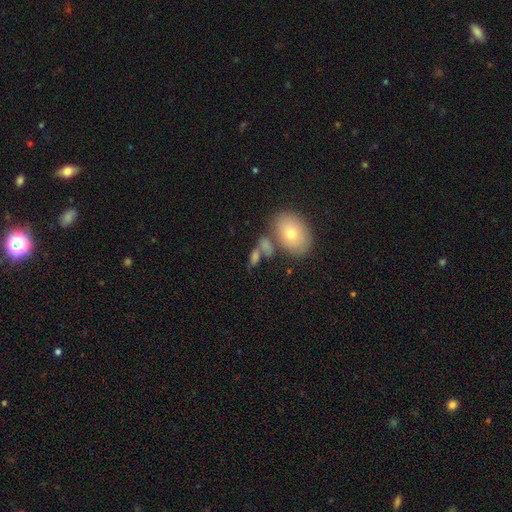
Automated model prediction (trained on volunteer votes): Smooth or featured? Predicted: smooth (p=0.62). How rounded? Predicted: in between (p=0.78). Merging? Predicted: none (p=0.51).